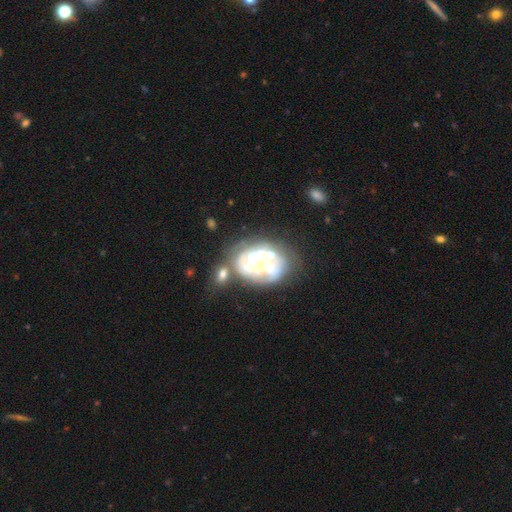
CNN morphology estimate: Smooth or featured? featured or disk (75%)
Edge-on disk? no (98%)
Bar? no (51%)
Spiral arms? yes (68%)
Bulge size? moderate (35%)
Merging? none (41%)